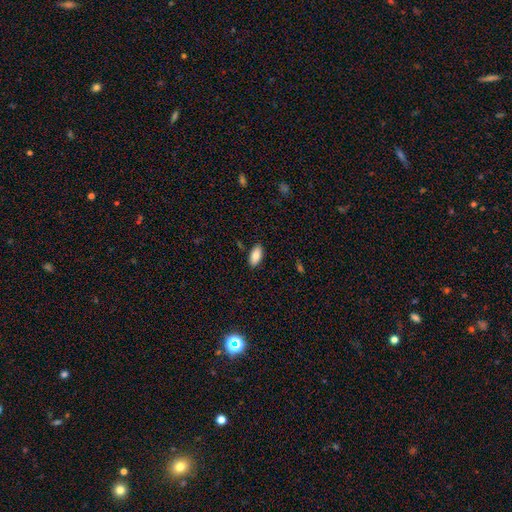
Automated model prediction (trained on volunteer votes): smooth_or_featured: smooth (p=0.83) [alt: featured or disk p=0.10]
how_rounded: in between (p=0.92) [alt: cigar-shaped p=0.05]
merging: none (p=0.87) [alt: minor disturbance p=0.10]